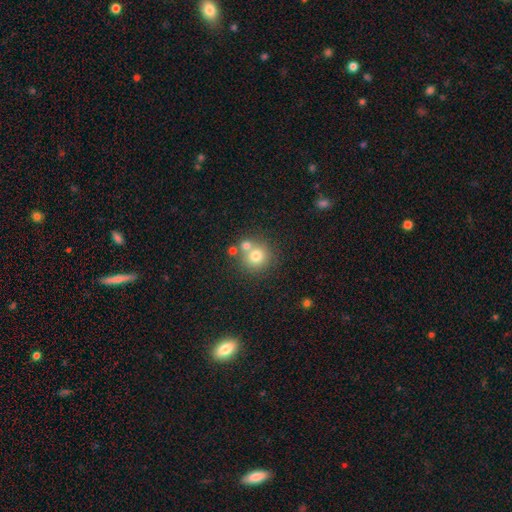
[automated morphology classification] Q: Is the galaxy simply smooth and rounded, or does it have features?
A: smooth — 75%.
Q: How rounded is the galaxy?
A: round — 91%.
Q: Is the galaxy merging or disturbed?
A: none — 61%.